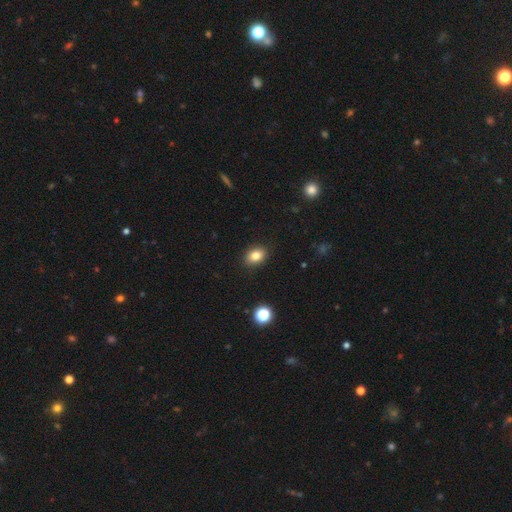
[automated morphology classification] Overall: smooth (82%). How rounded: in between (69%; round 30%). Merging: none (89%).